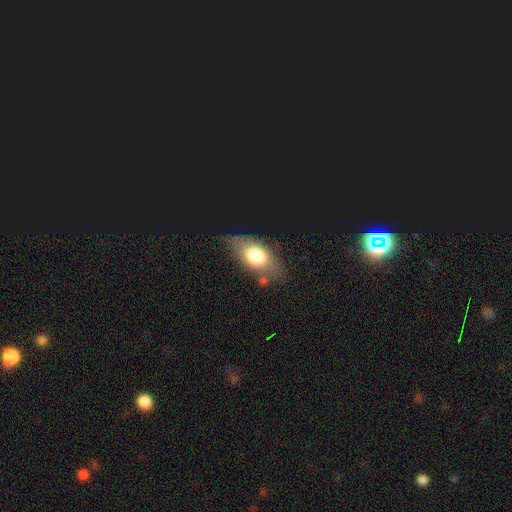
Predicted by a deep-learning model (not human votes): This is likely a smooth galaxy (68%). How rounded: clearly in between (83%). Merging: likely none (65%).